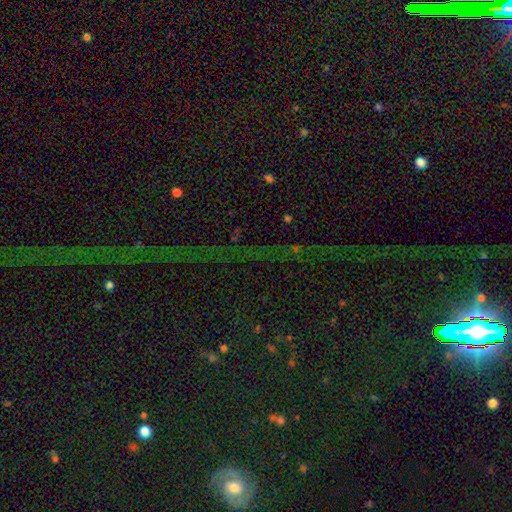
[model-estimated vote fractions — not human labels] A star or artifact, not a galaxy (78%).

Vote fractions:
- Smooth or featured? star or artifact: 78% / smooth: 11% / featured or disk: 11%